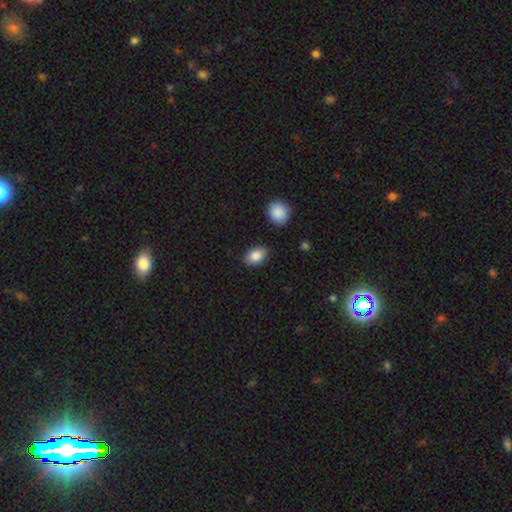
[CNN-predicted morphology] smooth-or-featured: smooth: 87% | star or artifact: 8% | featured or disk: 6%
  how-rounded: in between: 84% | round: 15% | cigar-shaped: 1%
  merging: none: 84% | minor disturbance: 11% | merger: 3% | major disturbance: 2%